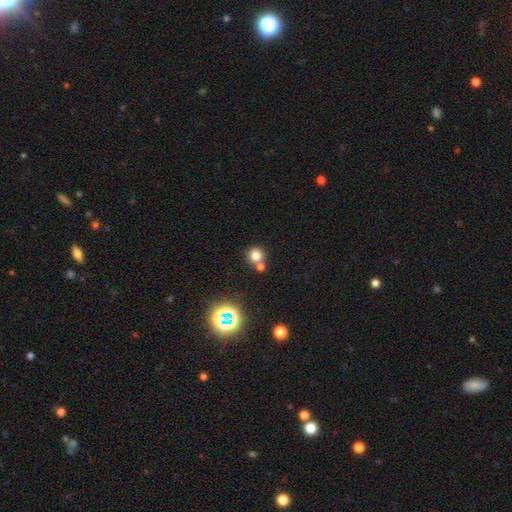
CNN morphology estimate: This appears to be a smooth galaxy with no disk features (75%) that is round (91%). Merging: none (61%).